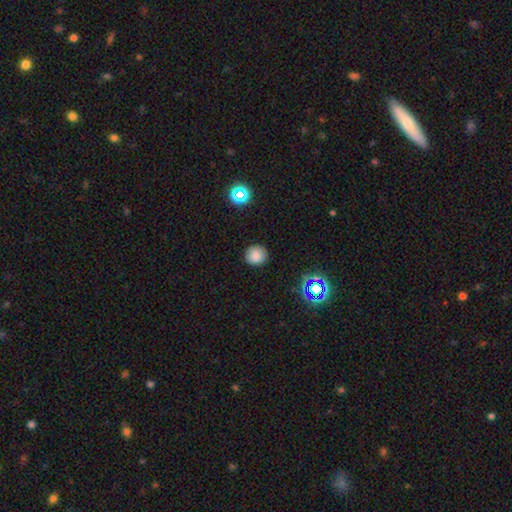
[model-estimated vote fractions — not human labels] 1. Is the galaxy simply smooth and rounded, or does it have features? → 81% smooth, 13% star or artifact, 6% featured or disk.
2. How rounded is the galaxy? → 90% round, 9% in between, 1% cigar-shaped.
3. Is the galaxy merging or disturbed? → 88% none, 9% minor disturbance, 2% major disturbance, 1% merger.